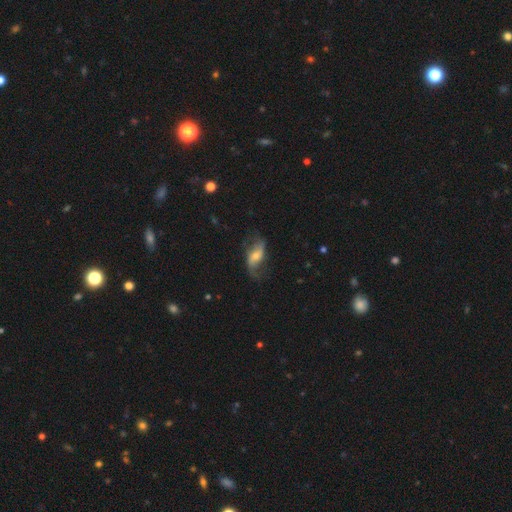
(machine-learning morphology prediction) Smooth or featured: featured or disk — 66% (smooth — 27%)
Edge-on disk: no — 92% (yes — 8%)
Bar: weak — 40% (no — 38%)
Spiral arms: yes — 88% (no — 12%)
Spiral winding: loose — 77% (medium — 18%)
Spiral arm count: 2 — 86% (can't tell — 6%)
Bulge size: moderate — 44% (small — 42%)
Merging: none — 58% (minor disturbance — 23%)